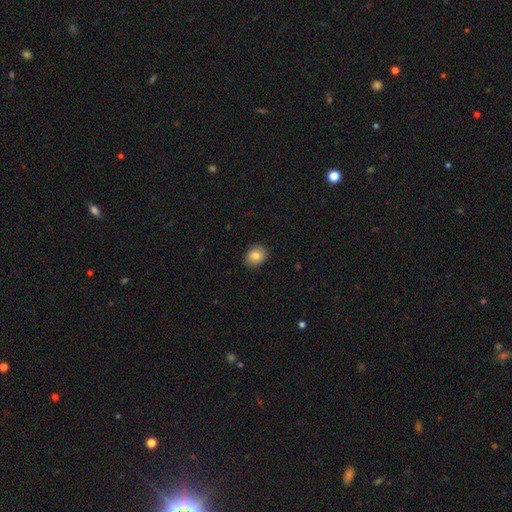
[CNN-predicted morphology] smooth 81%, featured or disk 11%, star or artifact 8%. Down the decision tree: how rounded — in between (55%); merging — none (87%).